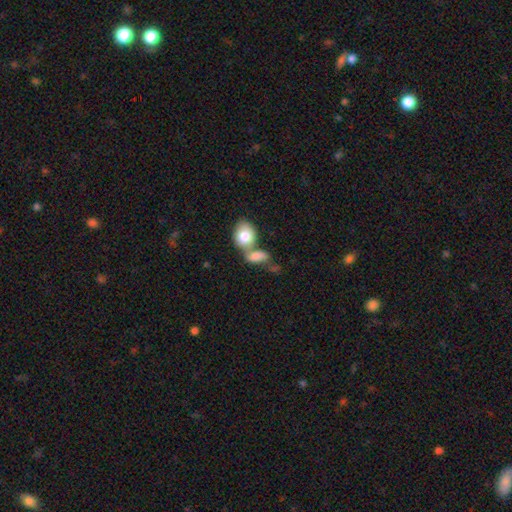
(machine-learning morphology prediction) smooth_or_featured: smooth (p=0.79) [alt: featured or disk p=0.14]
how_rounded: in between (p=0.77) [alt: round p=0.19]
merging: merger (p=0.57) [alt: none p=0.27]